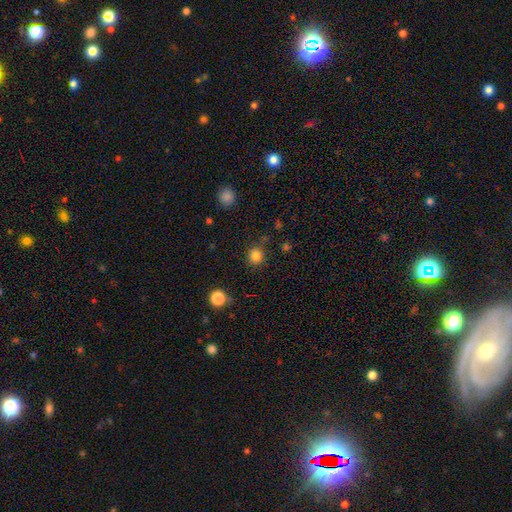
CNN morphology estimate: smooth-or-featured: smooth: 83% | star or artifact: 13% | featured or disk: 4%
  how-rounded: round: 91% | in between: 8% | cigar-shaped: 1%
  merging: none: 84% | minor disturbance: 10% | major disturbance: 3% | merger: 3%